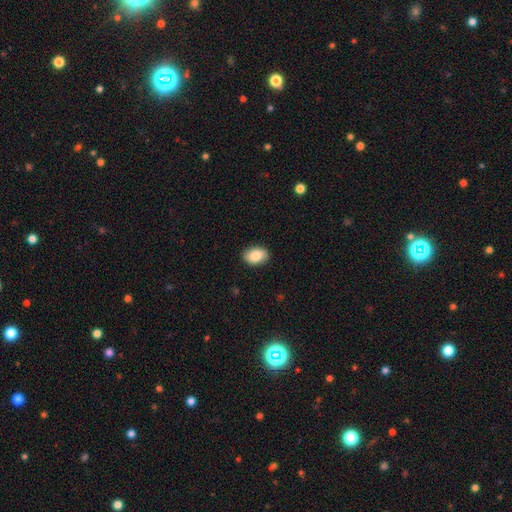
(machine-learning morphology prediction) Overall: smooth (83%). How rounded: in between (84%). Merging: none (87%).